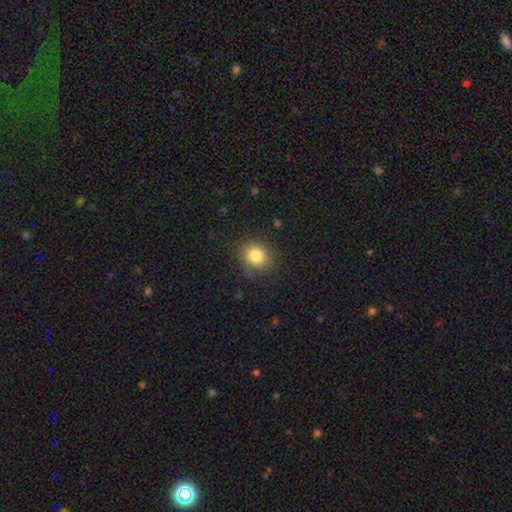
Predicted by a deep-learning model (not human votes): Smooth or featured? smooth (82%)
How rounded? round (70%)
Merging? none (84%)